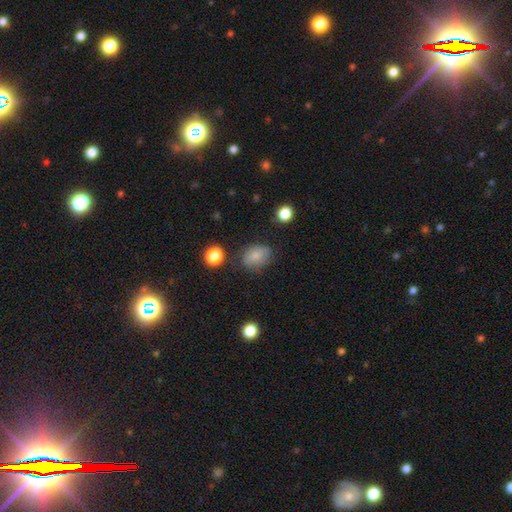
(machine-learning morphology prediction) Smooth or featured? Predicted: smooth (p=0.80). How rounded? Predicted: in between (p=0.67). Merging? Predicted: none (p=0.69).